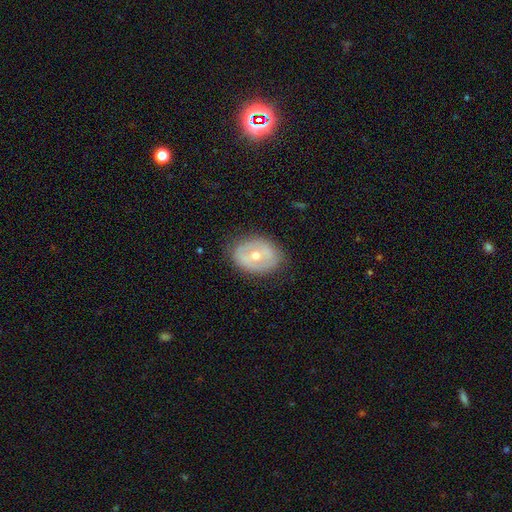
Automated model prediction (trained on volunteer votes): Smooth or featured?
  - featured or disk: 56% *
  - smooth: 37%
  - star or artifact: 7%
Edge-on disk?
  - no: 93% *
  - yes: 7%
Bar?
  - no: 53% *
  - weak: 30%
  - strong: 17%
Spiral arms?
  - no: 77% *
  - yes: 23%
Bulge size?
  - moderate: 62% *
  - small: 34%
  - large: 2%
  - none: 1%
  - dominant: 1%
Merging?
  - none: 80% *
  - minor disturbance: 15%
  - major disturbance: 5%
  - merger: 1%